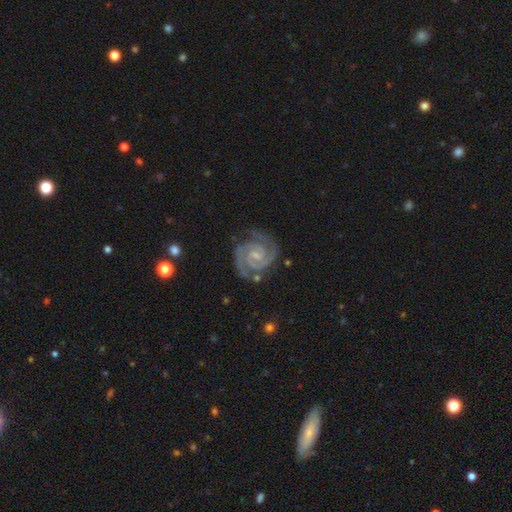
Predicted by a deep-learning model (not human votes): This is clearly a featured or disk galaxy (93%). It is clearly not viewed edge-on (98%). Bar: possibly weak (47%). Spiral arm pattern: clearly yes (99%). Spiral arm count: clearly 2 (85%). Spiral winding: likely tight (71%). Central bulge: likely small (67%). Merging: likely none (78%).